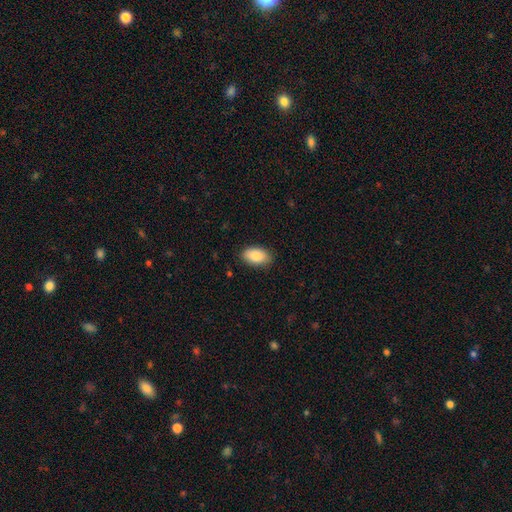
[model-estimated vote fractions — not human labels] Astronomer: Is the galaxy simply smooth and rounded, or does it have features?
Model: smooth — 88%.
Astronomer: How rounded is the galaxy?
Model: in between — 94%.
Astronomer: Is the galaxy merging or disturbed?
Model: none — 84%.